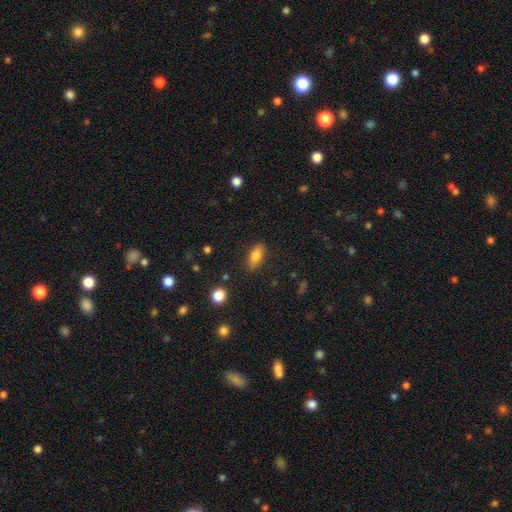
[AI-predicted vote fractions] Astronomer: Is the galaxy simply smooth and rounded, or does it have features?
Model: smooth — 80%.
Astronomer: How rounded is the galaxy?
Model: in between — 80%.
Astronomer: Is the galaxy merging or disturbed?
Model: none — 82%.